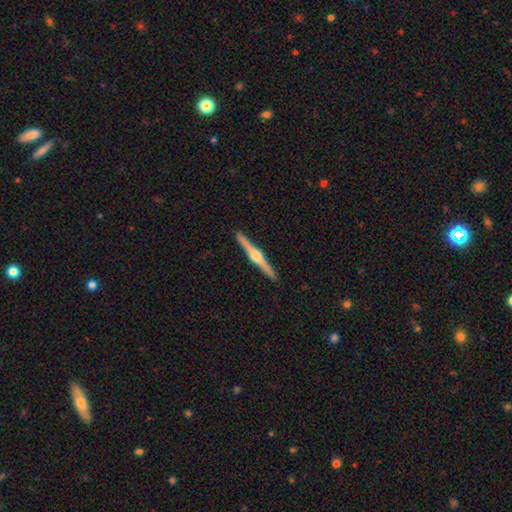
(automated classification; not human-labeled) Q: Smooth or featured?
A: featured or disk (83%); runner-up: smooth (13%)
Q: Edge-on disk?
A: yes (99%); runner-up: no (1%)
Q: Edge-on bulge?
A: rounded (95%); runner-up: boxy (3%)
Q: Merging?
A: none (93%); runner-up: minor disturbance (5%)